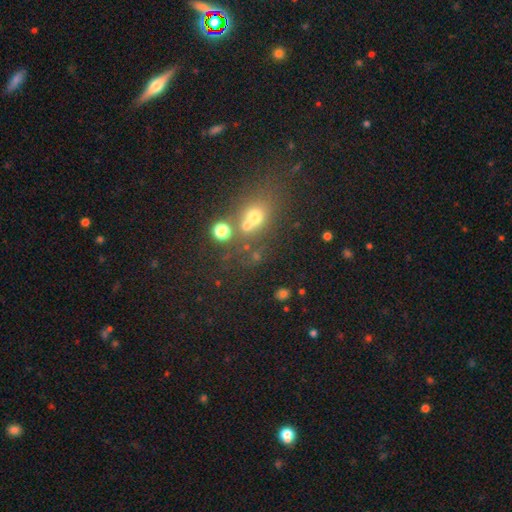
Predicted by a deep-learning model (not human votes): The model was most divided on "smooth or featured": smooth: 50%, star or artifact: 35%, featured or disk: 15%. More confident: merging — none (57%).